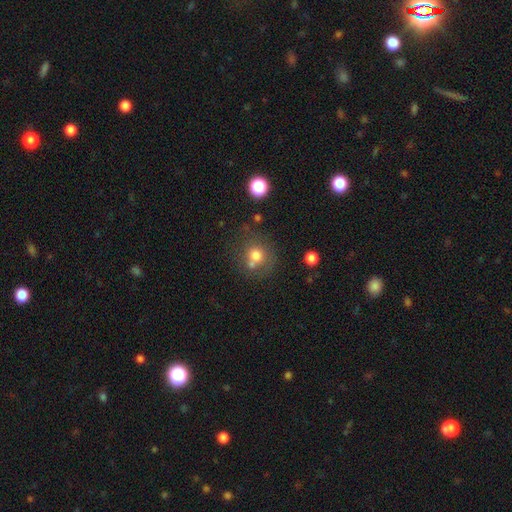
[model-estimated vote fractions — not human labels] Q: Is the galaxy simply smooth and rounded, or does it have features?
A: smooth — 72%.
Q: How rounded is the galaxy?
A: round — 82%.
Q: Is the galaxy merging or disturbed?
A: none — 54%.